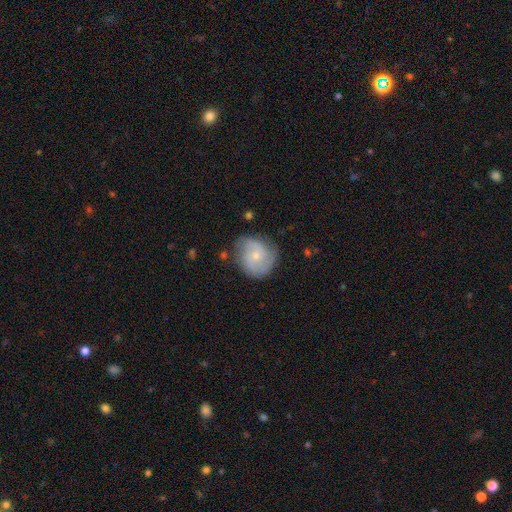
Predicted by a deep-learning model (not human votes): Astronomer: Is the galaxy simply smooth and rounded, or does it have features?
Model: featured or disk — 68%.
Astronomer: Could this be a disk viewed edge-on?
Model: no — 98%.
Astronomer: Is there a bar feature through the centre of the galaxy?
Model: no — 66%.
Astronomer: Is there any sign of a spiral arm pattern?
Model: yes — 91%.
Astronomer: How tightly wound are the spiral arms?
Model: medium — 45% (runner-up: tight, 39%).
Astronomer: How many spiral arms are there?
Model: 2 — 65%.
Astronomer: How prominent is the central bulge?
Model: small — 59% (runner-up: moderate, 37%).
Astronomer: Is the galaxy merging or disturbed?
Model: none — 72%.